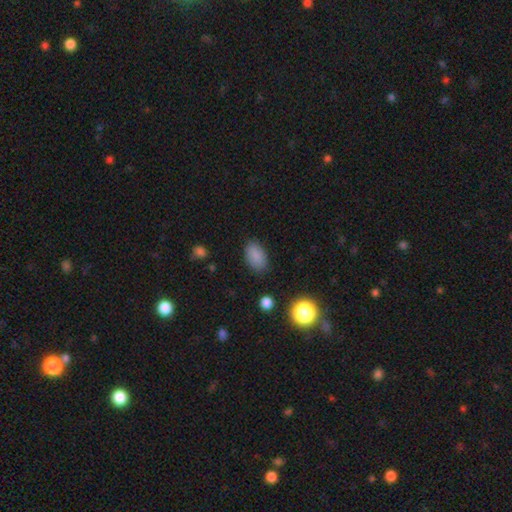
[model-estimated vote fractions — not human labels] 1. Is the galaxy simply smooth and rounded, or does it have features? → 85% smooth, 10% star or artifact, 5% featured or disk.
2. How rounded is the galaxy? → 91% in between, 7% round, 2% cigar-shaped.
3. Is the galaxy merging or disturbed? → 83% none, 12% minor disturbance, 3% major disturbance, 1% merger.